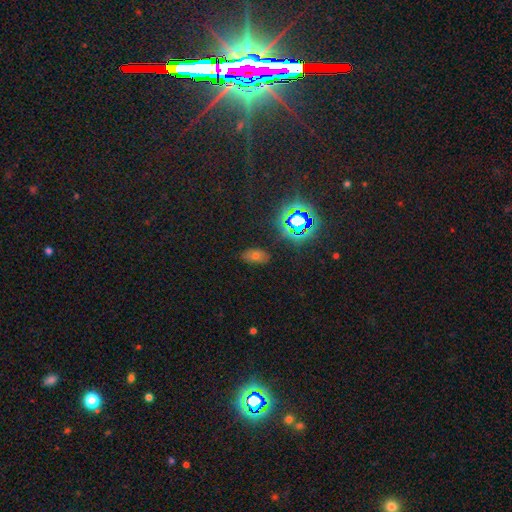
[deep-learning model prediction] Smooth or featured: smooth — 53% (star or artifact — 33%)
How rounded: in between — 89% (round — 9%)
Merging: none — 81% (minor disturbance — 13%)